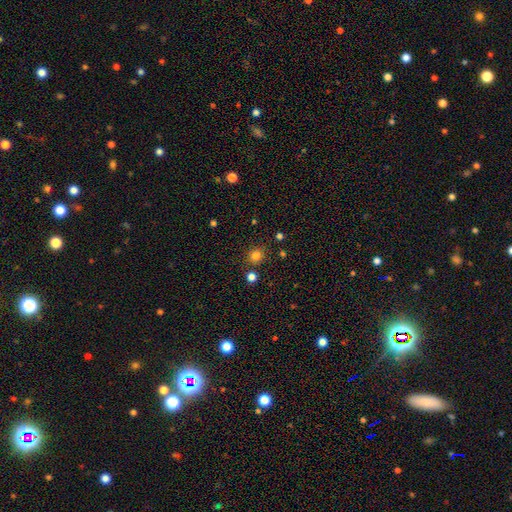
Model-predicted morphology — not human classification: Smooth or featured: smooth — 80% (star or artifact — 15%)
How rounded: round — 87% (in between — 12%)
Merging: none — 85% (minor disturbance — 7%)